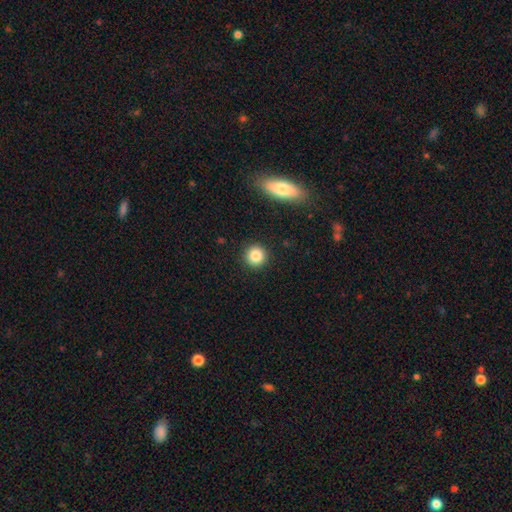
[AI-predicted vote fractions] Smooth or featured?
  - smooth: 85% *
  - star or artifact: 10%
  - featured or disk: 5%
How rounded?
  - round: 93% *
  - in between: 6%
  - cigar-shaped: 1%
Merging?
  - none: 91% *
  - minor disturbance: 5%
  - major disturbance: 2%
  - merger: 1%